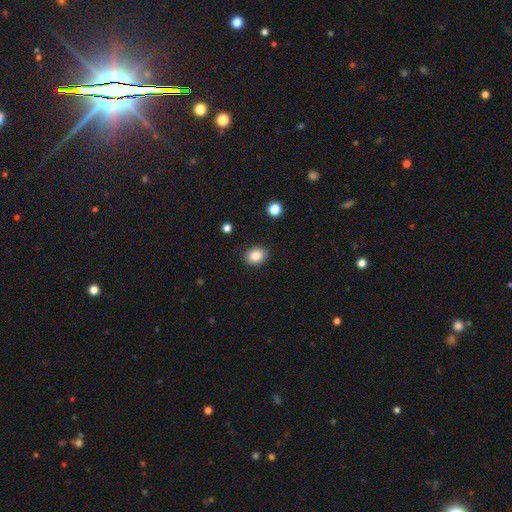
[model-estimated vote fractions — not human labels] Morphology: type=smooth (86%); roundness=round (56%); merging=none (89%).